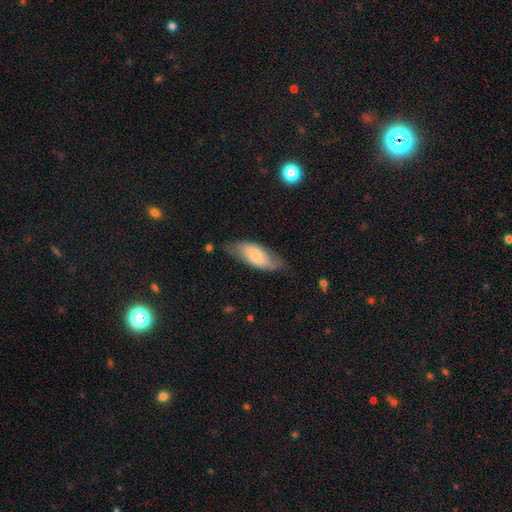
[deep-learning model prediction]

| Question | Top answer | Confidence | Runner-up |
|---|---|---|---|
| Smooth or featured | smooth | 62% | featured or disk (32%) |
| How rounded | in between | 80% | cigar-shaped (18%) |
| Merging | none | 63% | minor disturbance (27%) |